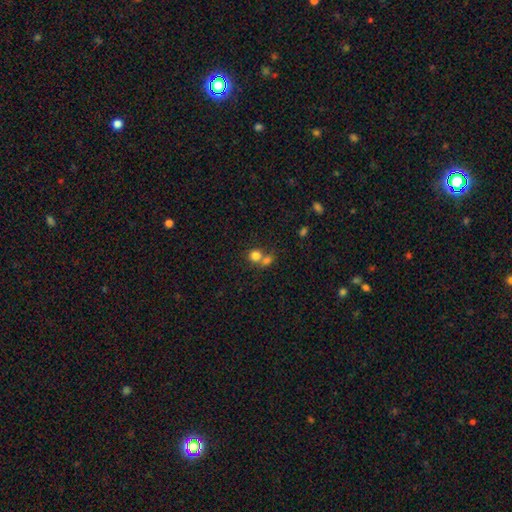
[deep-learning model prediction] Smooth or featured? smooth (79%)
How rounded? round (77%)
Merging? merger (51%)